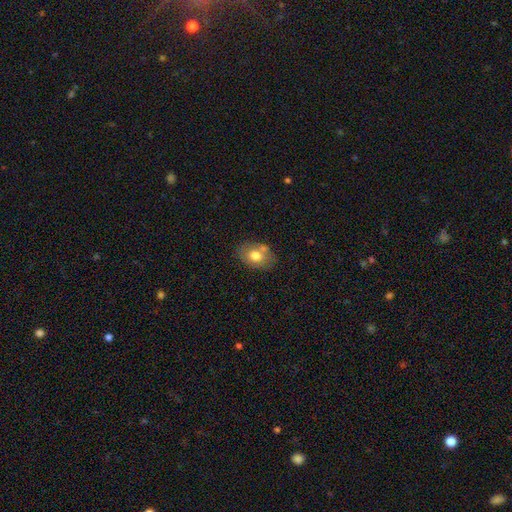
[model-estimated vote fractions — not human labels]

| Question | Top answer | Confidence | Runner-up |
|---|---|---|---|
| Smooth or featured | smooth | 71% | featured or disk (20%) |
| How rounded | in between | 71% | round (28%) |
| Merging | none | 63% | minor disturbance (17%) |